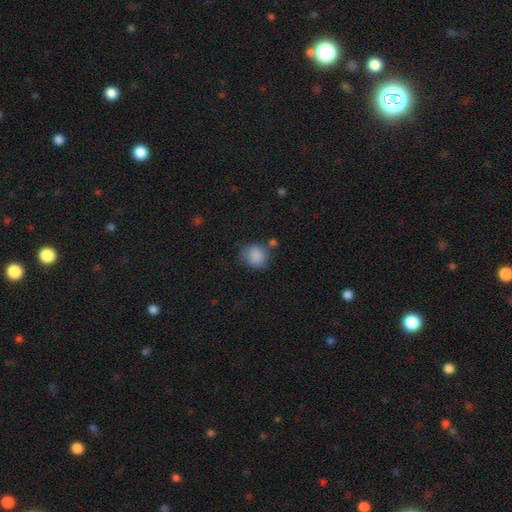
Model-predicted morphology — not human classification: Smooth or featured: smooth — 87% (star or artifact — 8%)
How rounded: round — 84% (in between — 15%)
Merging: none — 68% (minor disturbance — 20%)